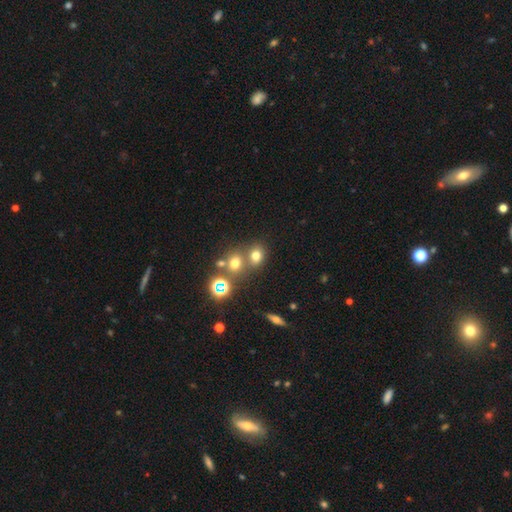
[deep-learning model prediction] smooth-or-featured: smooth: 68% | star or artifact: 22% | featured or disk: 10%
  how-rounded: round: 67% | in between: 32% | cigar-shaped: 1%
  merging: none: 54% | merger: 33% | minor disturbance: 9% | major disturbance: 4%